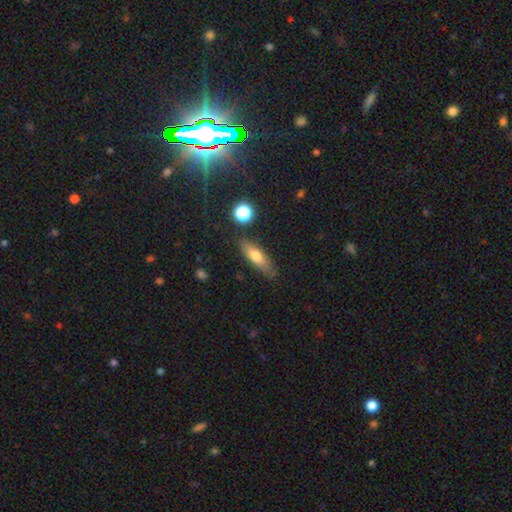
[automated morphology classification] Overall: smooth (67%). How rounded: in between (51%; cigar-shaped 45%). Merging: none (79%).